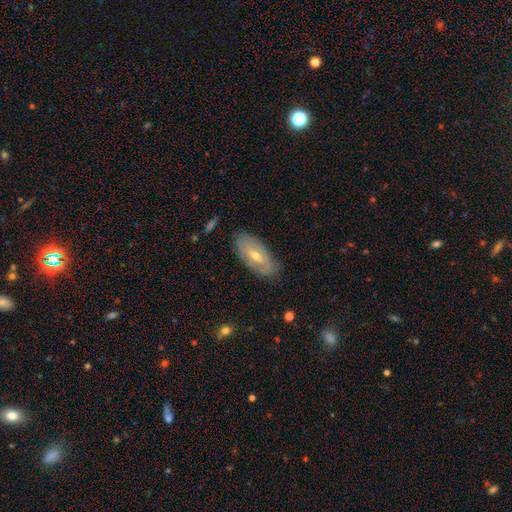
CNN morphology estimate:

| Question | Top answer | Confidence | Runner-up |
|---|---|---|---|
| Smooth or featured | featured or disk | 55% | smooth (38%) |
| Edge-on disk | no | 83% | yes (17%) |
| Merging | none | 81% | minor disturbance (15%) |